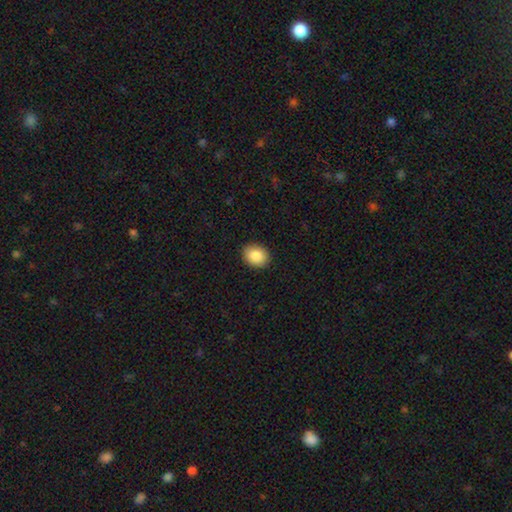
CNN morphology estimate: The model was most divided on "how rounded": round: 50%, in between: 49%, cigar-shaped: 1%. More confident: merging — none (91%); smooth or featured — smooth (88%).